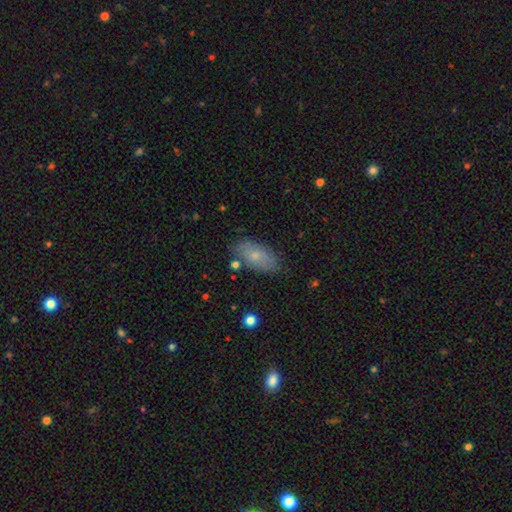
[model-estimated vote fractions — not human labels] smooth 75%, featured or disk 18%, star or artifact 7%. Down the decision tree: how rounded — in between (91%); merging — none (80%).